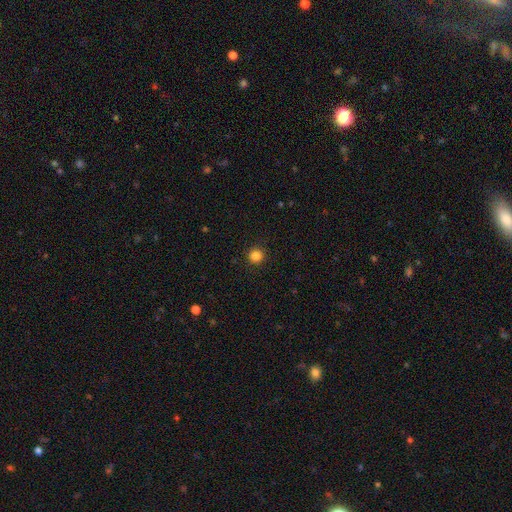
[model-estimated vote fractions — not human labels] The model was most divided on "smooth or featured": smooth: 85%, star or artifact: 12%, featured or disk: 3%. More confident: how rounded — round (95%); merging — none (92%).